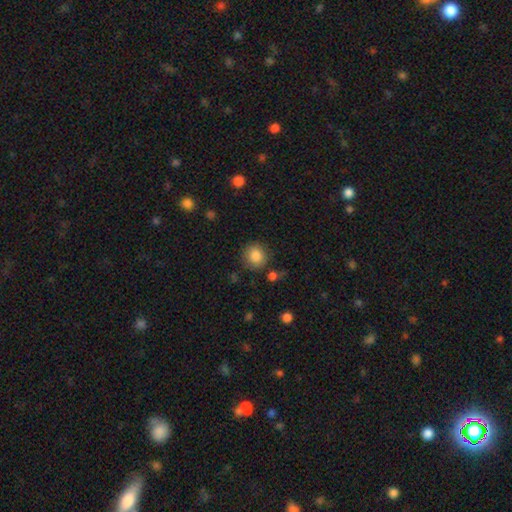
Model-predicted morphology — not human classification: A smooth galaxy with no disk features (86%) that is round (88%). Merging: none (84%).